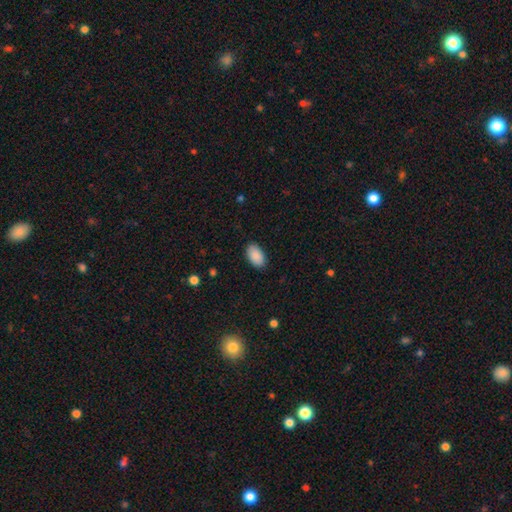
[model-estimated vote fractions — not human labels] This is clearly a smooth galaxy (90%). How rounded: clearly in between (94%). Merging: clearly none (88%).